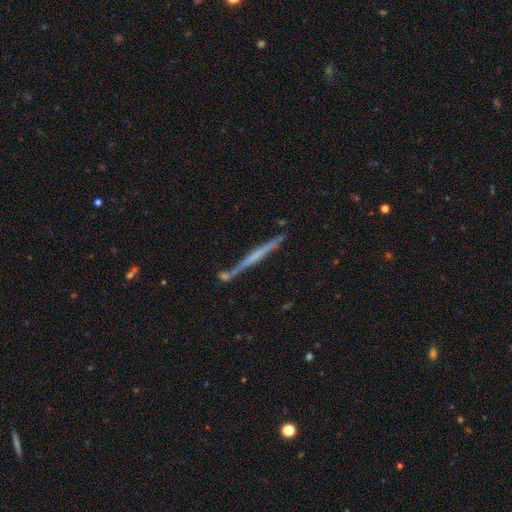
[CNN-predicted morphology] smooth-or-featured: featured or disk: 62% | smooth: 32% | star or artifact: 6%
  disk-edge-on: yes: 97% | no: 3%
    edge-on-bulge: none: 74% | rounded: 16% | boxy: 10%
  merging: none: 80% | minor disturbance: 11% | merger: 7% | major disturbance: 3%